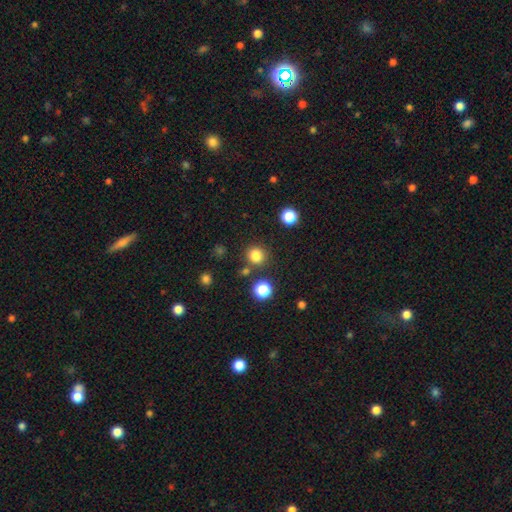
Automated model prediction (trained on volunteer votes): smooth-or-featured: smooth: 81% | star or artifact: 14% | featured or disk: 4%
  how-rounded: round: 92% | in between: 7% | cigar-shaped: 1%
  merging: none: 84% | minor disturbance: 7% | merger: 6% | major disturbance: 3%